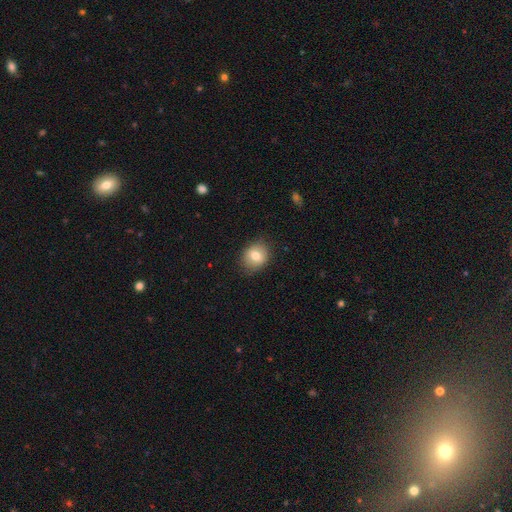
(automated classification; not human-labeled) This appears to be a smooth galaxy with no disk features (75%) that is round (64%). Merging: none (83%).